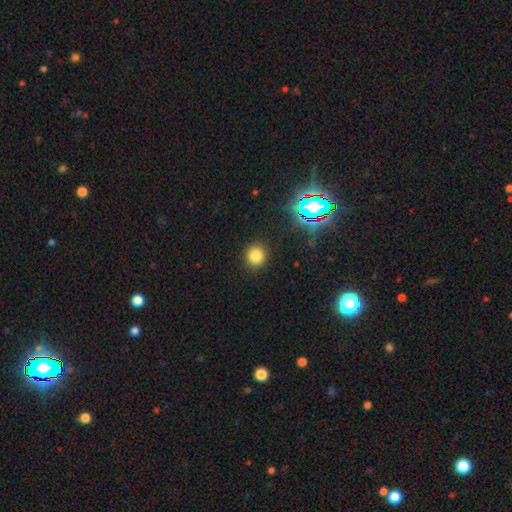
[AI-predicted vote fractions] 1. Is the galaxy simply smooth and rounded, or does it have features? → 79% smooth, 16% star or artifact, 5% featured or disk.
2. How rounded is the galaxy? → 90% round, 9% in between, 1% cigar-shaped.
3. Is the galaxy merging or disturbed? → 90% none, 6% minor disturbance, 2% major disturbance, 1% merger.